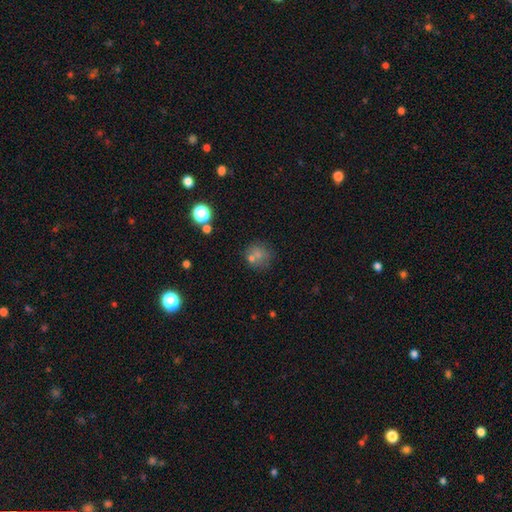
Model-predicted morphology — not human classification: Smooth or featured?
  - smooth: 68% *
  - star or artifact: 16%
  - featured or disk: 16%
How rounded?
  - round: 85% *
  - in between: 14%
  - cigar-shaped: 1%
Merging?
  - none: 57% *
  - merger: 22%
  - minor disturbance: 14%
  - major disturbance: 8%